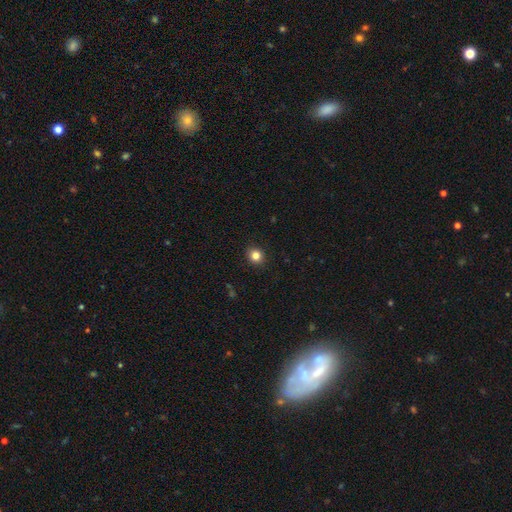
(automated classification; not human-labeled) Morphology: type=smooth (83%); roundness=round (86%); merging=none (92%).